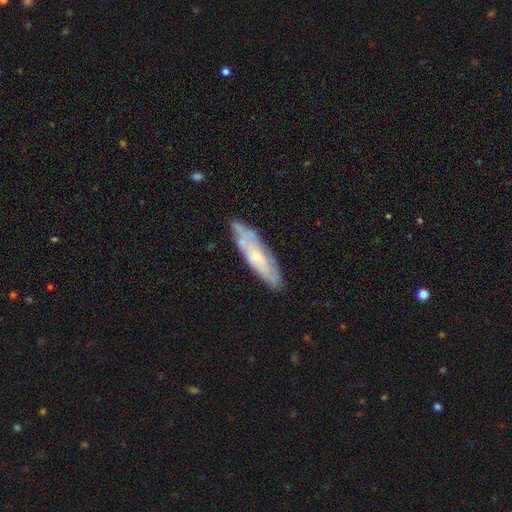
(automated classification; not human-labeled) This appears to be a featured or disk galaxy (57%). Merging: none (72%).